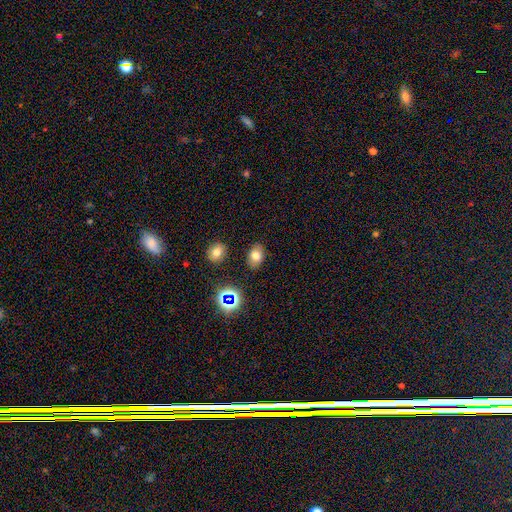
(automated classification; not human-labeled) A smooth galaxy with no disk features (72%) that is in between round and cigar-shaped (81%).

Vote fractions:
- Smooth or featured? smooth: 72% / star or artifact: 16% / featured or disk: 12%
- How rounded? in between: 81% / round: 17% / cigar-shaped: 1%
- Merging? none: 84% / minor disturbance: 10% / major disturbance: 3% / merger: 3%